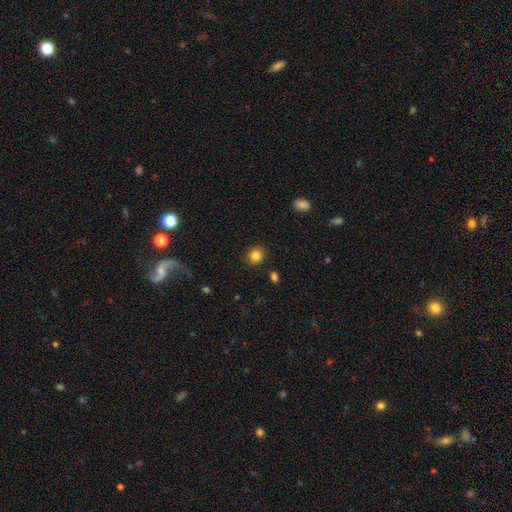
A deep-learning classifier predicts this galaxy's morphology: smooth 83%, star or artifact 11%, featured or disk 6%. Down the decision tree: how rounded — round (79%); merging — none (89%).